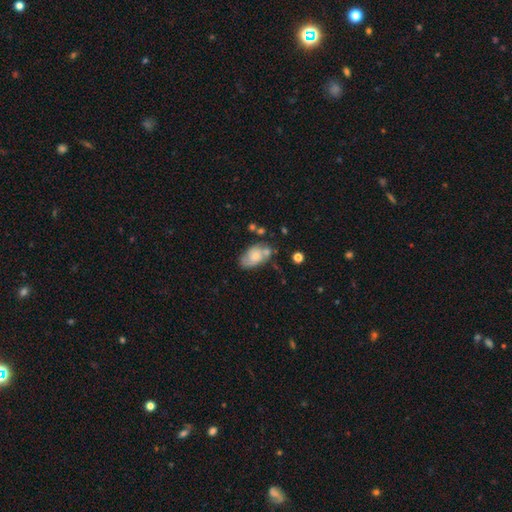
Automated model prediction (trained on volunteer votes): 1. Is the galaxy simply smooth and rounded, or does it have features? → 55% smooth, 37% featured or disk, 8% star or artifact.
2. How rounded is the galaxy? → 88% in between, 10% round, 2% cigar-shaped.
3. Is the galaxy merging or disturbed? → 47% none, 27% minor disturbance, 16% merger, 10% major disturbance.